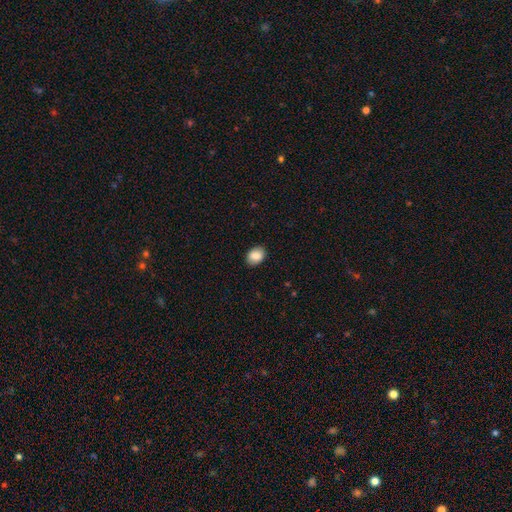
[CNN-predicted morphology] A smooth galaxy with no disk features (87%) that is in between round and cigar-shaped (70%). Merging: none (88%).